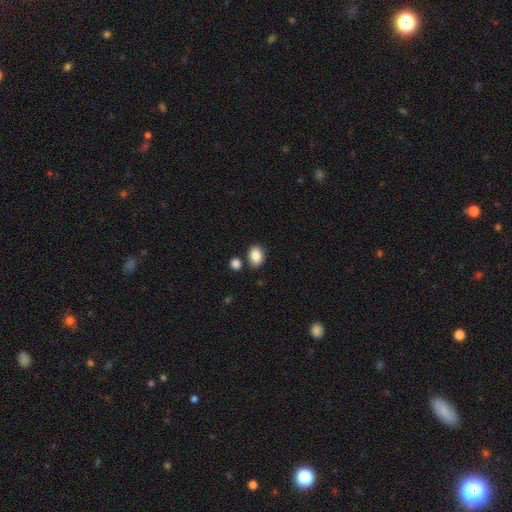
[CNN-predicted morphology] Smooth or featured? smooth (86%)
How rounded? in between (69%)
Merging? none (78%)